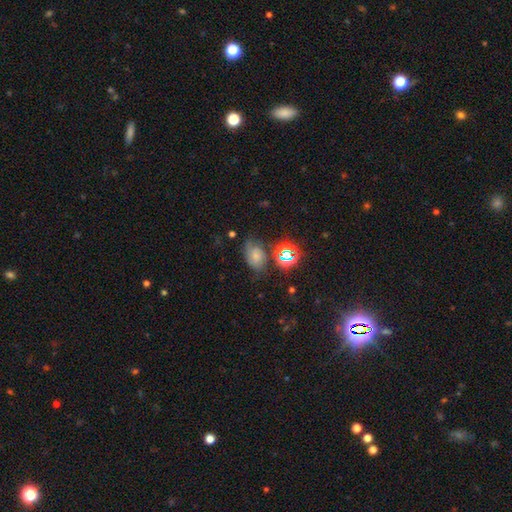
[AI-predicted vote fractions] A smooth galaxy with no disk features (46%). Merging: none (53%).